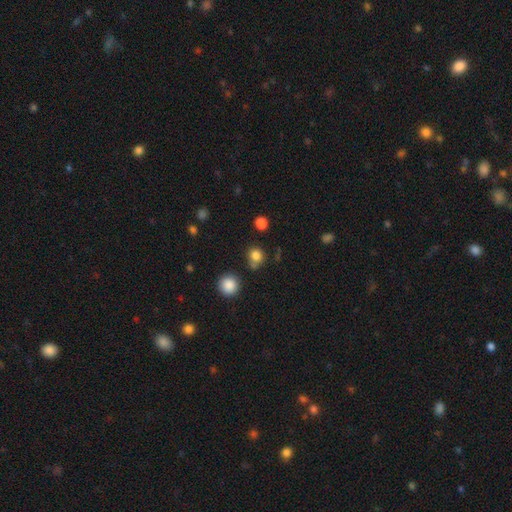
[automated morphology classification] A smooth galaxy with no disk features (81%) that is round (83%). Merging: none (69%).